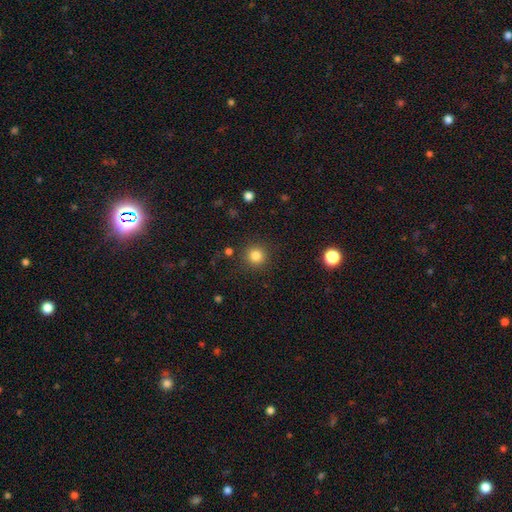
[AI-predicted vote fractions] The model was most divided on "smooth or featured": smooth: 82%, star or artifact: 13%, featured or disk: 5%. More confident: how rounded — round (94%); merging — none (90%).